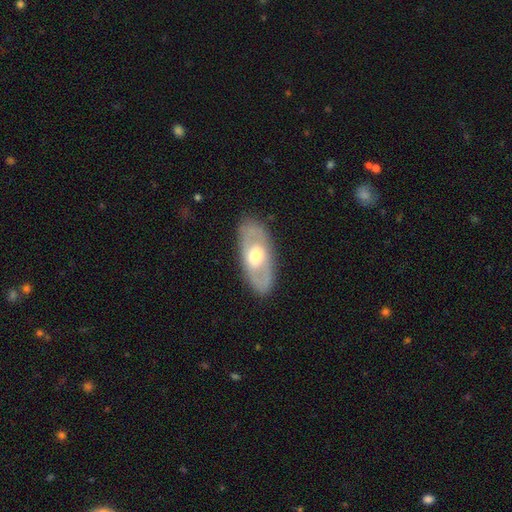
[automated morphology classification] The model was most divided on "smooth or featured": featured or disk: 60%, smooth: 34%, star or artifact: 6%. More confident: merging — none (85%); edge-on disk — no (83%).